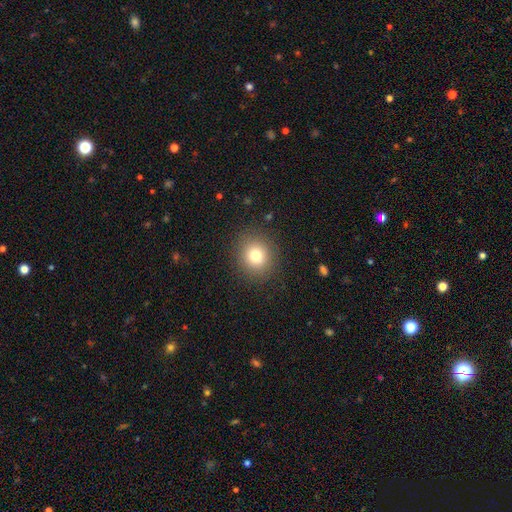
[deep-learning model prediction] The model was most divided on "smooth or featured": smooth: 77%, star or artifact: 13%, featured or disk: 10%. More confident: merging — none (88%); how rounded — round (86%).